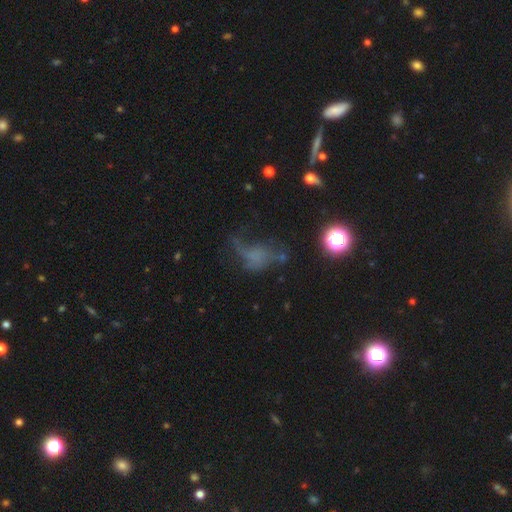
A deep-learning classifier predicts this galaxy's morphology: Smooth or featured: featured or disk — 37% (smooth — 35%)
Merging: major disturbance — 39% (none — 34%)